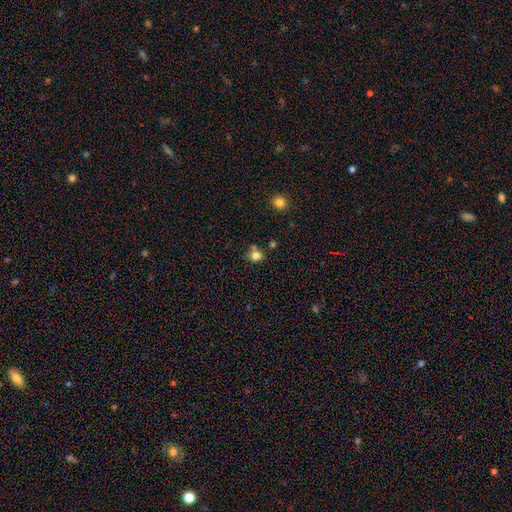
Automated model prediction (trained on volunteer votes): Morphology: type=smooth (79%); roundness=round (70%); merging=none (61%).